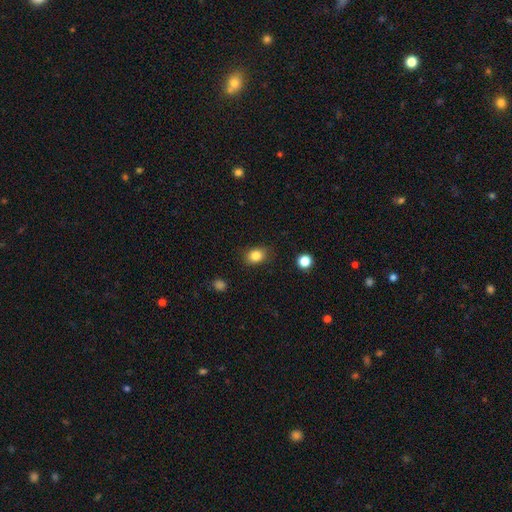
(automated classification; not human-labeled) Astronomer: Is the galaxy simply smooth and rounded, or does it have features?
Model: smooth — 84%.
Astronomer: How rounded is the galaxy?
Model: in between — 60% (runner-up: round, 39%).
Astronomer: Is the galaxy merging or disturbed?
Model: none — 85%.